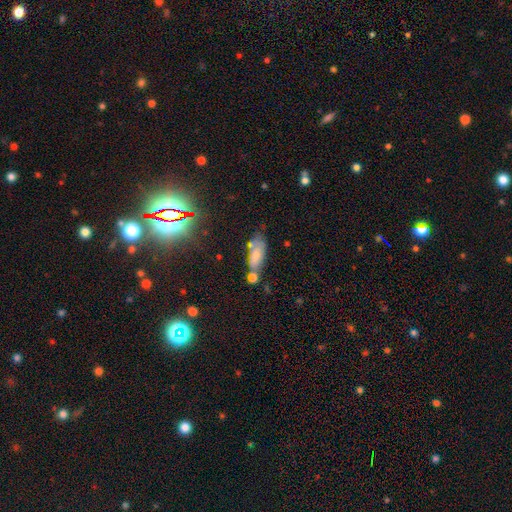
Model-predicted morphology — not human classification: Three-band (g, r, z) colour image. It shows a smooth galaxy with no disk features (72%) that is in between round and cigar-shaped (76%). Merging: none (50%).